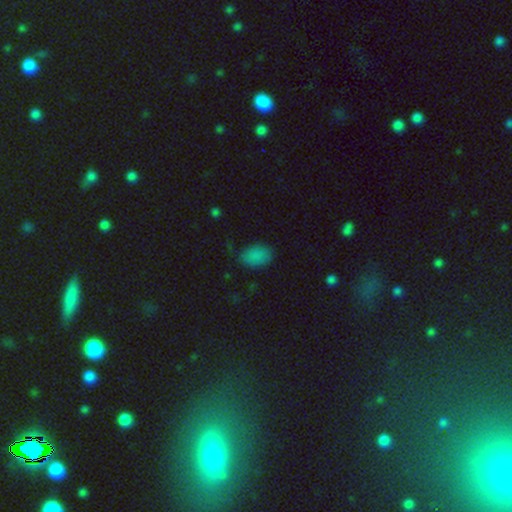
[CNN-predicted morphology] smooth_or_featured: smooth (p=0.85) [alt: star or artifact p=0.10]
how_rounded: in between (p=0.85) [alt: round p=0.13]
merging: none (p=0.74) [alt: minor disturbance p=0.20]